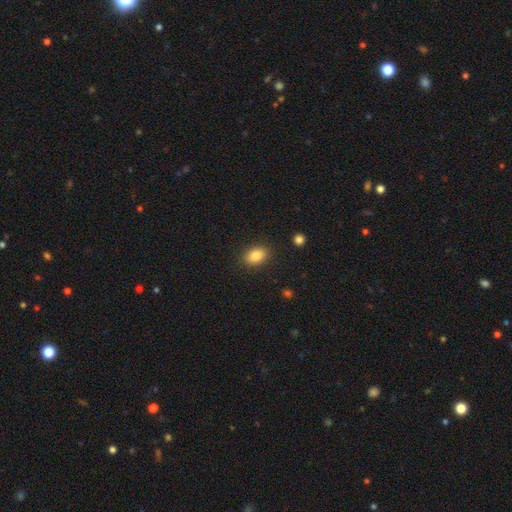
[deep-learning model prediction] Smooth or featured?
  - smooth: 86% *
  - star or artifact: 9%
  - featured or disk: 5%
How rounded?
  - in between: 84% *
  - round: 14%
  - cigar-shaped: 2%
Merging?
  - none: 87% *
  - minor disturbance: 9%
  - major disturbance: 3%
  - merger: 1%